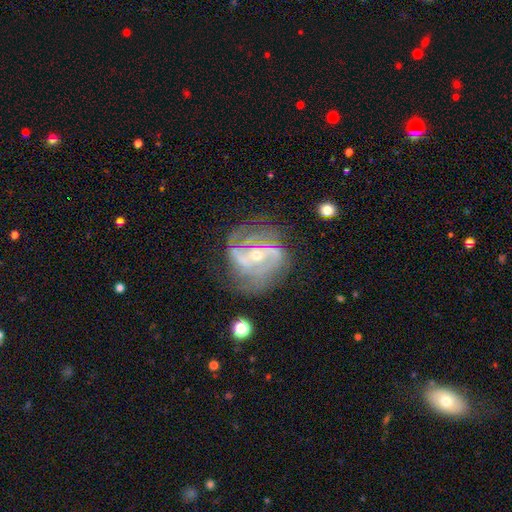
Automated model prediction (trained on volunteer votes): Smooth or featured? Predicted: featured or disk (p=0.87). Edge-on disk? Predicted: no (p=0.97). Bar? Predicted: weak (p=0.38). Spiral arms? Predicted: yes (p=0.93). Spiral winding? Predicted: medium (p=0.46). Spiral arm count? Predicted: 2 (p=0.59). Bulge size? Predicted: small (p=0.58). Merging? Predicted: none (p=0.63).